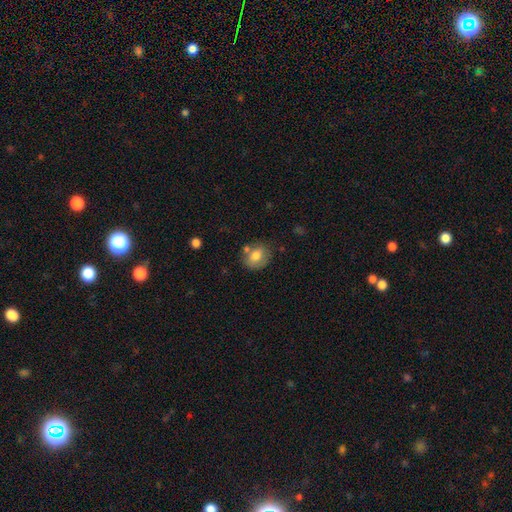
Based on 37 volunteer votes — This is clearly a smooth galaxy (81%). How rounded: possibly in between (53%). Merging: likely none (77%).